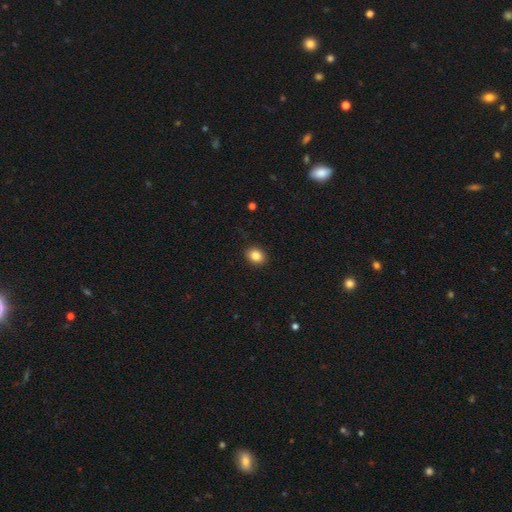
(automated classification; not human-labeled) Smooth or featured? smooth (86%)
How rounded? round (50%)
Merging? none (90%)